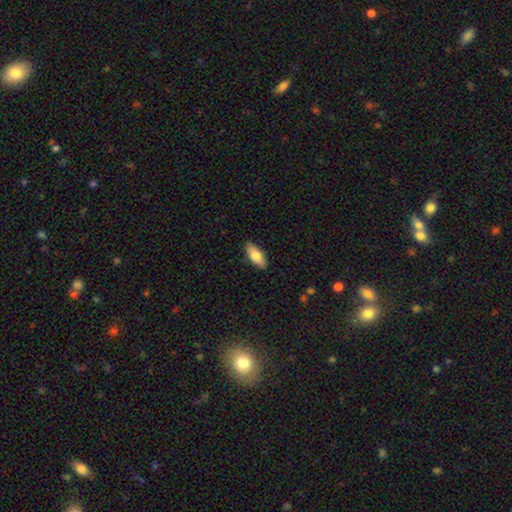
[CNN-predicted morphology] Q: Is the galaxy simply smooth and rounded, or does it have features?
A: smooth — 79%.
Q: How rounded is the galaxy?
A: in between — 81%.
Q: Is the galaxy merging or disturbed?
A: none — 88%.